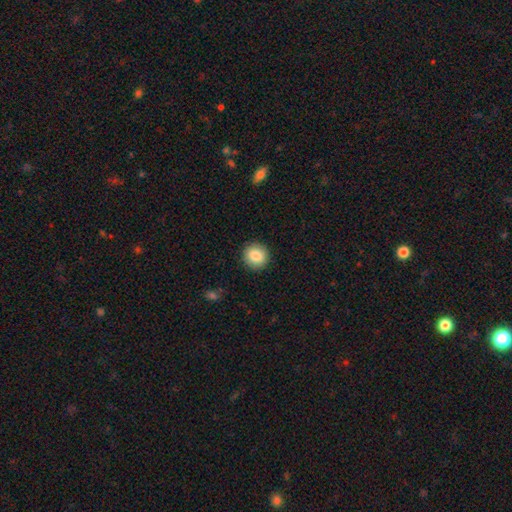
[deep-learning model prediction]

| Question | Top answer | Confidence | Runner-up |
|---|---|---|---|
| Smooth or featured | smooth | 85% | star or artifact (8%) |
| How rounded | round | 91% | in between (8%) |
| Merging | none | 91% | minor disturbance (6%) |